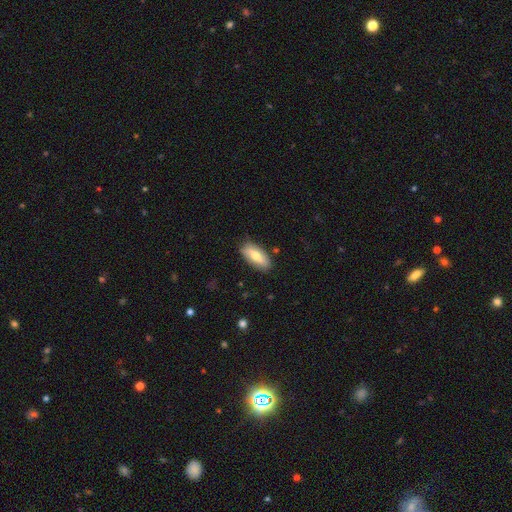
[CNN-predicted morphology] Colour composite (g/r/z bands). It shows a smooth galaxy with no disk features (68%) that is in between round and cigar-shaped (82%). Merging: none (83%).